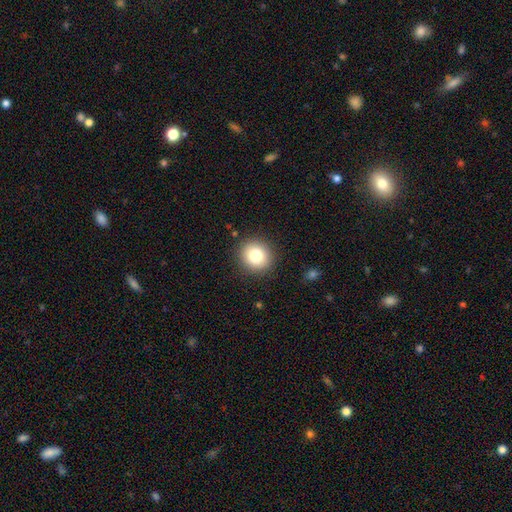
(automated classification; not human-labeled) A smooth galaxy with no disk features (80%) that is round (87%). Merging: none (90%).